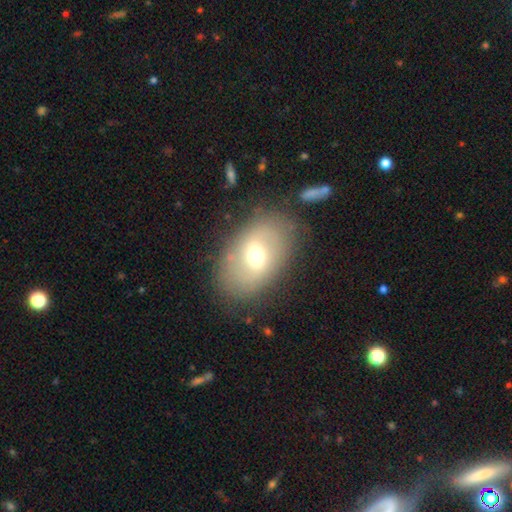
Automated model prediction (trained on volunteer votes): Overall: smooth (49%; featured or disk 41%). Merging: none (76%).